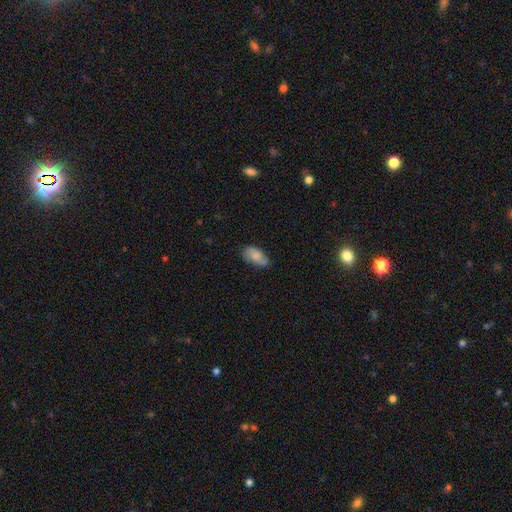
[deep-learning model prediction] Q: Smooth or featured?
A: smooth (77%); runner-up: featured or disk (15%)
Q: How rounded?
A: in between (92%); runner-up: cigar-shaped (4%)
Q: Merging?
A: none (57%); runner-up: minor disturbance (29%)